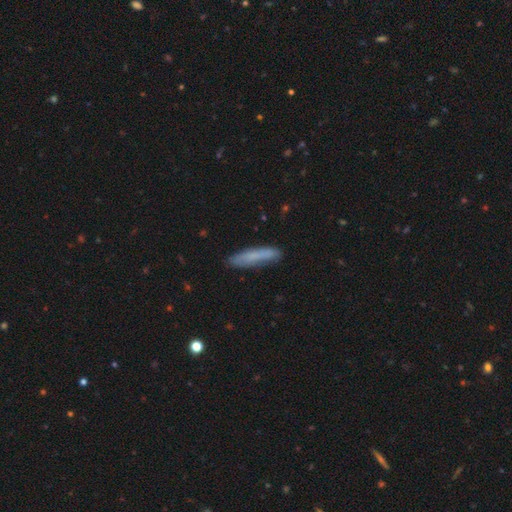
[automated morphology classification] type=smooth (73%); roundness=cigar-shaped (89%); merging=none (82%).